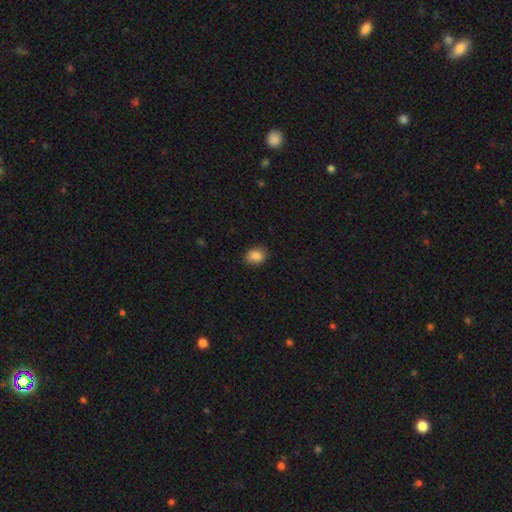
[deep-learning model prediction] This appears to be a smooth galaxy with no disk features (87%) that is in between round and cigar-shaped (54%). Merging: none (86%).